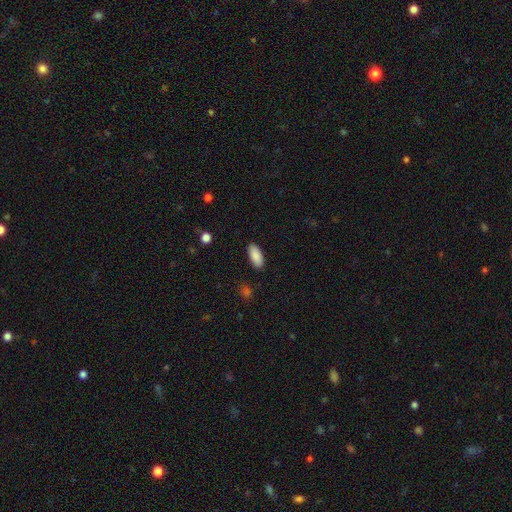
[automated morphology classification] Smooth or featured: smooth — 89% (star or artifact — 7%)
How rounded: in between — 87% (cigar-shaped — 12%)
Merging: none — 89% (minor disturbance — 8%)